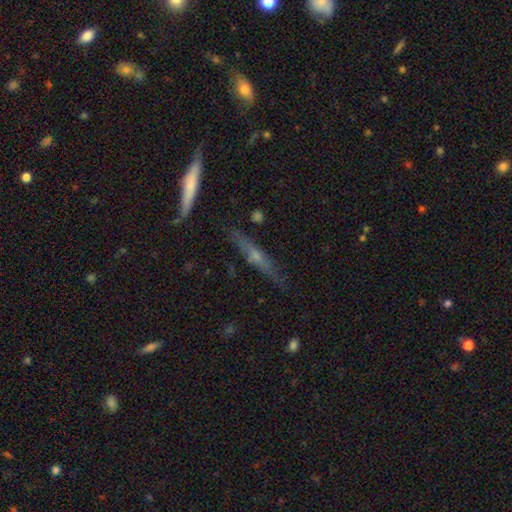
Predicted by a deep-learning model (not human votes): A featured or disk galaxy (59%) viewed edge-on (92%) with a rounded central bulge (63%). Merging: none (81%).